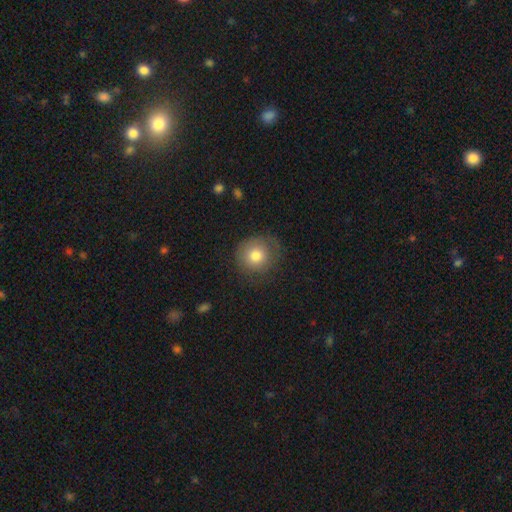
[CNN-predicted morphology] Smooth or featured? Predicted: smooth (p=0.77). How rounded? Predicted: round (p=0.90). Merging? Predicted: none (p=0.73).